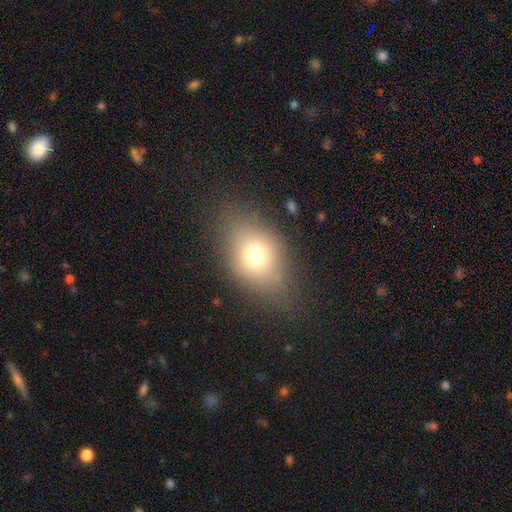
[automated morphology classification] smooth-or-featured: smooth: 71% | featured or disk: 15% | star or artifact: 14%
  how-rounded: in between: 73% | round: 25% | cigar-shaped: 2%
  merging: none: 75% | minor disturbance: 16% | major disturbance: 7% | merger: 2%